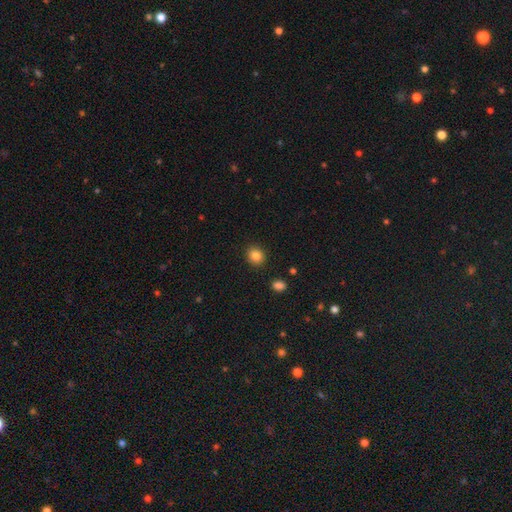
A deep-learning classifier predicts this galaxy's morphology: A smooth galaxy with no disk features (85%) that is round (74%). Merging: none (90%).